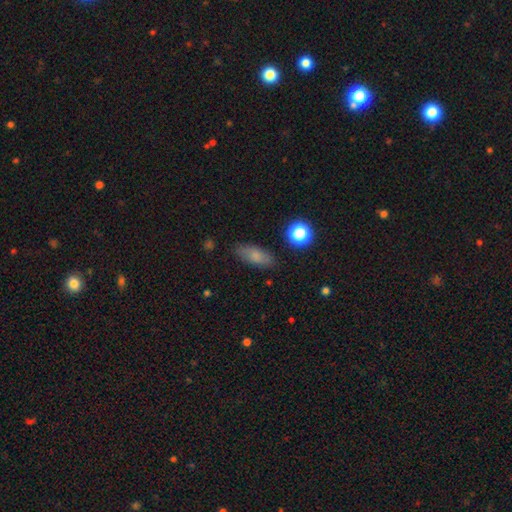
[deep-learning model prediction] Smooth or featured?
  - smooth: 78% *
  - featured or disk: 13%
  - star or artifact: 10%
How rounded?
  - in between: 79% *
  - cigar-shaped: 16%
  - round: 5%
Merging?
  - none: 83% *
  - minor disturbance: 12%
  - major disturbance: 3%
  - merger: 2%